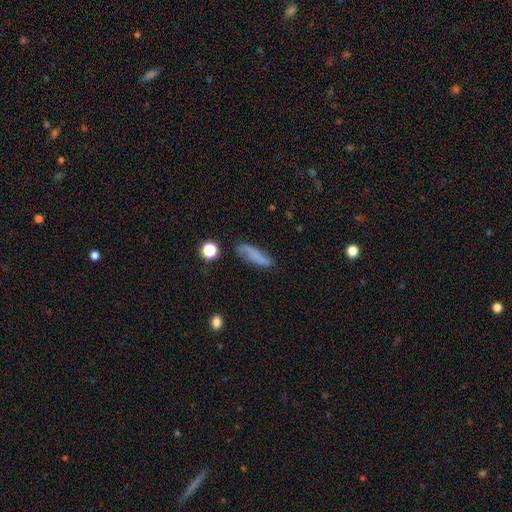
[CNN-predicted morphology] Smooth or featured: smooth — 48% (featured or disk — 40%)
Merging: none — 63% (minor disturbance — 24%)